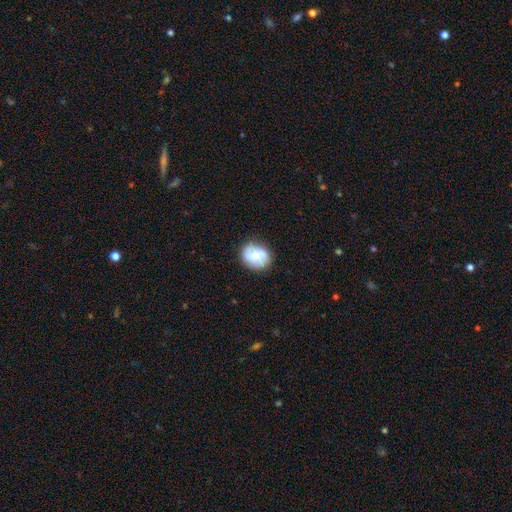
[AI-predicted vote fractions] smooth-or-featured: smooth: 50% | featured or disk: 42% | star or artifact: 8%
  merging: none: 82% | minor disturbance: 13% | major disturbance: 4% | merger: 1%